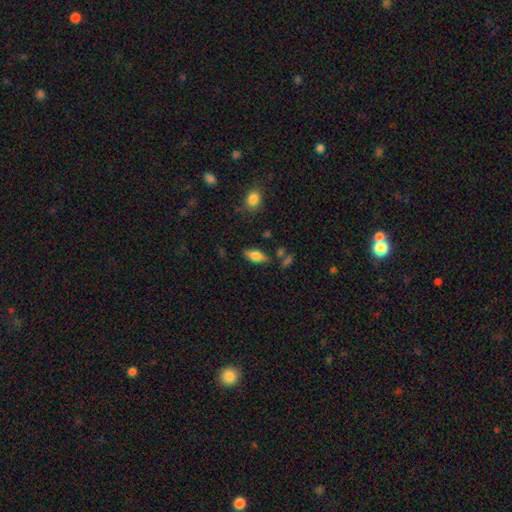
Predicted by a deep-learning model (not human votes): A smooth galaxy with no disk features (75%) that is in between round and cigar-shaped (84%). Merging: none (78%).